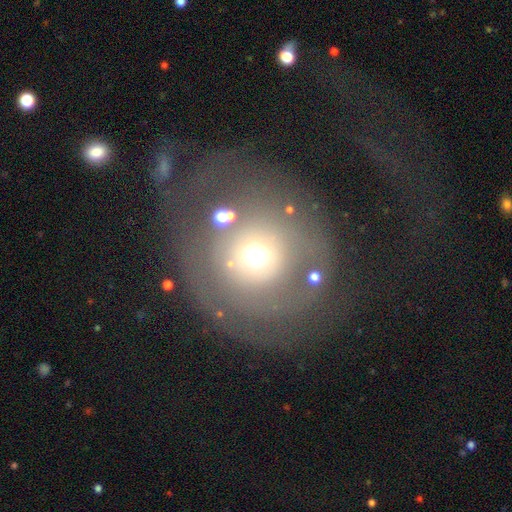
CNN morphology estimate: smooth_or_featured: featured or disk (p=0.44) [alt: smooth p=0.42]
merging: none (p=0.51) [alt: major disturbance p=0.28]